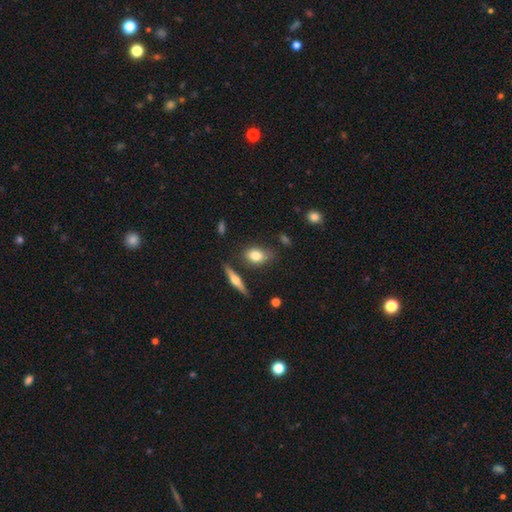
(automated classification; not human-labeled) This appears to be a smooth galaxy with no disk features (76%) that is in between round and cigar-shaped (77%). Merging: none (69%).